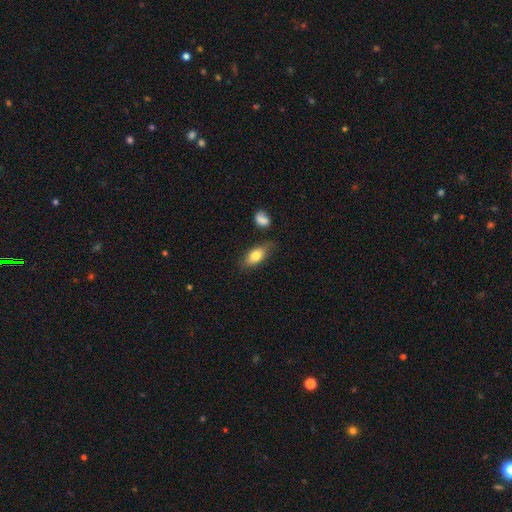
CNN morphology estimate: Smooth or featured?
  - smooth: 79% *
  - featured or disk: 14%
  - star or artifact: 7%
How rounded?
  - in between: 87% *
  - cigar-shaped: 8%
  - round: 5%
Merging?
  - none: 73% *
  - minor disturbance: 17%
  - merger: 5%
  - major disturbance: 4%